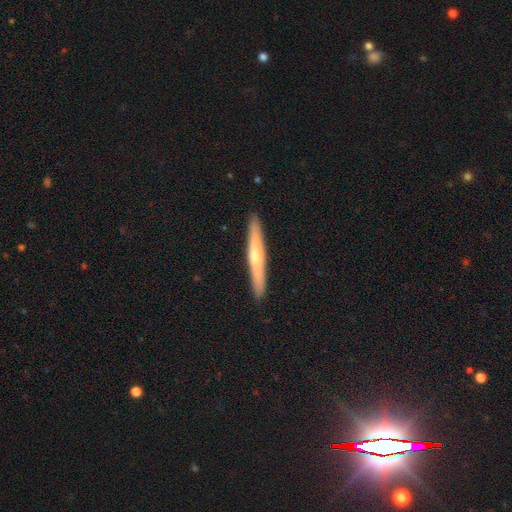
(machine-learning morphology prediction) Smooth or featured? Predicted: featured or disk (p=0.51). Edge-on disk? Predicted: yes (p=0.94). Merging? Predicted: none (p=0.92).